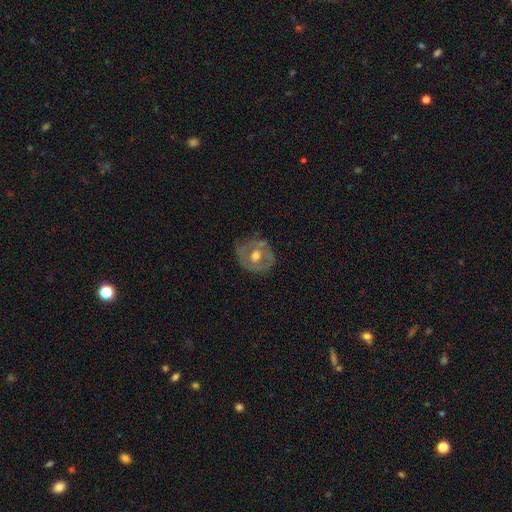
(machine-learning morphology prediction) Smooth or featured? featured or disk (61%)
Edge-on disk? no (95%)
Bar? no (73%)
Spiral arms? no (73%)
Bulge size? moderate (76%)
Merging? none (75%)